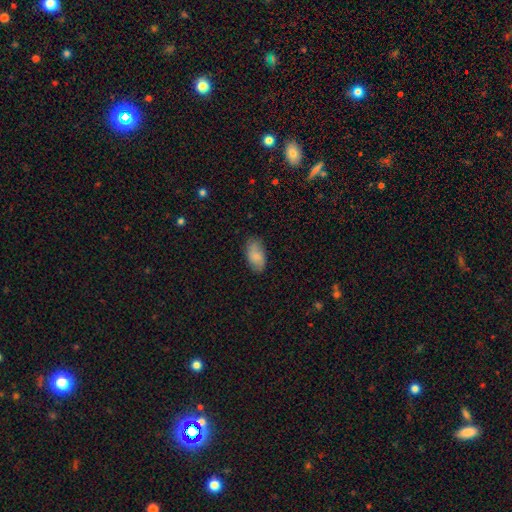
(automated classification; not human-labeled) A smooth galaxy with no disk features (82%) that is in between round and cigar-shaped (94%).

Vote fractions:
- Smooth or featured? smooth: 82% / featured or disk: 12% / star or artifact: 6%
- How rounded? in between: 94% / round: 3% / cigar-shaped: 3%
- Merging? none: 81% / minor disturbance: 15% / major disturbance: 3% / merger: 1%